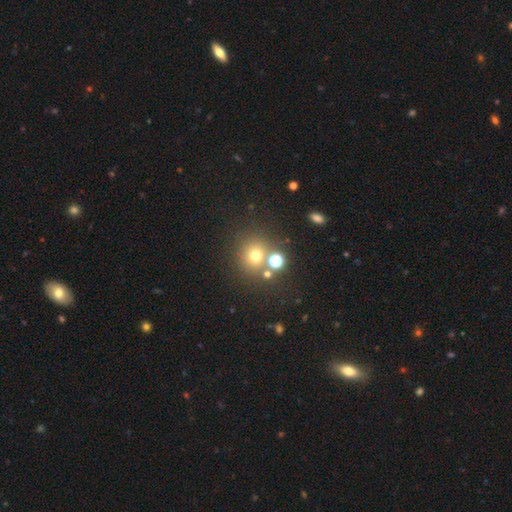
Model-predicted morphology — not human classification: A smooth galaxy with no disk features (65%) that is round (88%).

Vote fractions:
- Smooth or featured? smooth: 65% / star or artifact: 24% / featured or disk: 11%
- How rounded? round: 88% / in between: 11% / cigar-shaped: 1%
- Merging? none: 69% / merger: 18% / minor disturbance: 9% / major disturbance: 4%